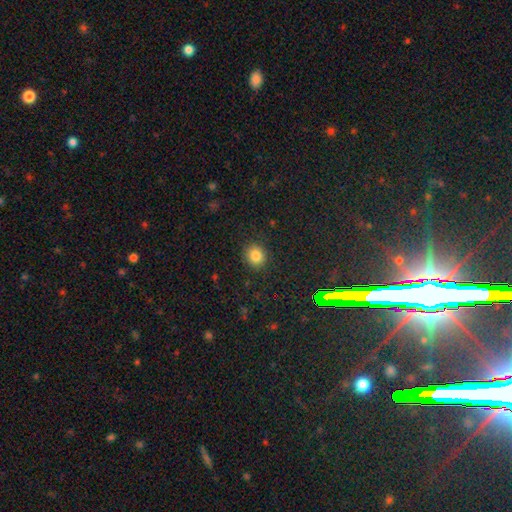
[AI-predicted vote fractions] Overall: smooth (84%). How rounded: round (79%). Merging: none (89%).